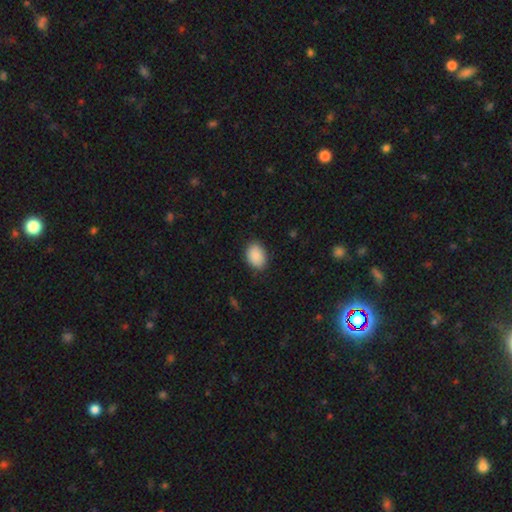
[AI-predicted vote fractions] This is clearly a smooth galaxy (89%). How rounded: likely in between (76%). Merging: clearly none (86%).